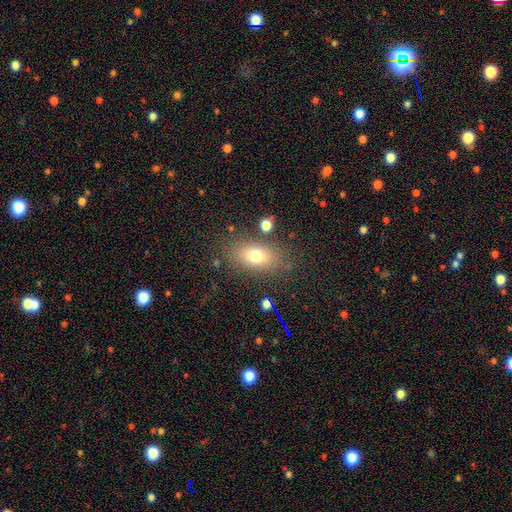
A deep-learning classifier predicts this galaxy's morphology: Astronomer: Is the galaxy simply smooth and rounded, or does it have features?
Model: smooth — 73%.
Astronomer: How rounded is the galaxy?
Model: in between — 82%.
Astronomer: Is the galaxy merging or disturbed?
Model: none — 79%.